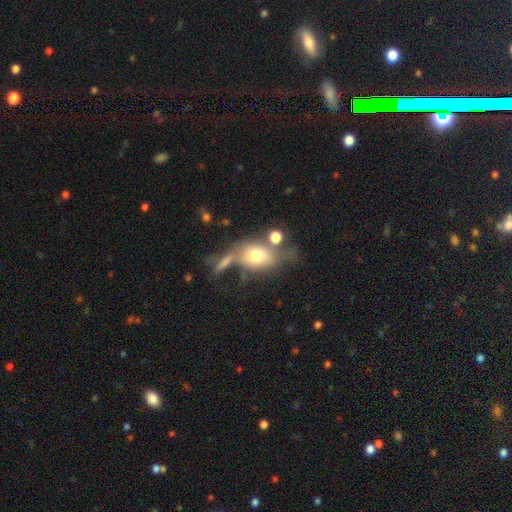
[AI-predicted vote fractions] smooth_or_featured: smooth (p=0.62) [alt: featured or disk p=0.28]
how_rounded: in between (p=0.74) [alt: round p=0.22]
merging: none (p=0.36) [alt: merger p=0.25]